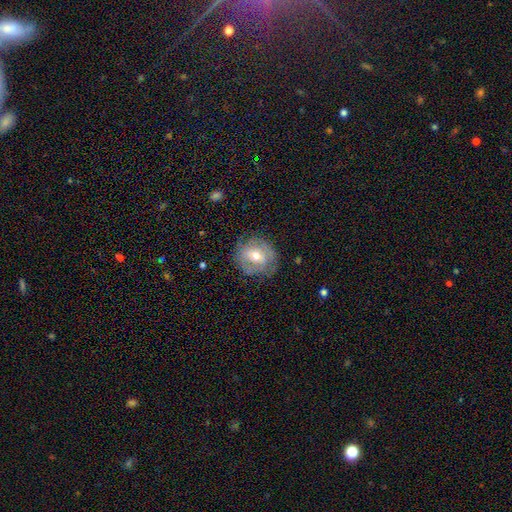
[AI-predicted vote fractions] This appears to be a featured or disk galaxy (56%) with no bar (44%), spiral arms (63%) and a moderate central bulge (68%). Merging: none (75%).